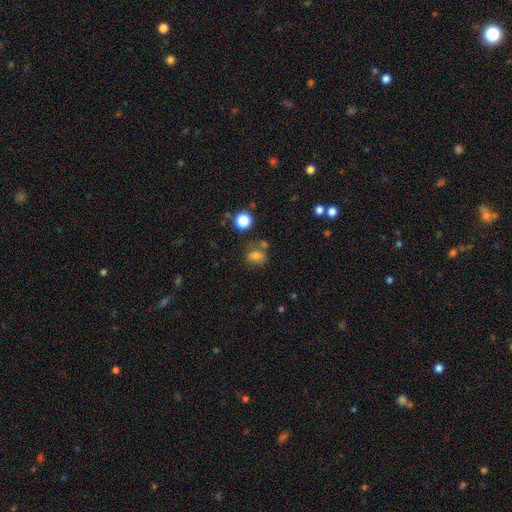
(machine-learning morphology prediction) type=smooth (72%); roundness=in between (53%); merging=none (59%).